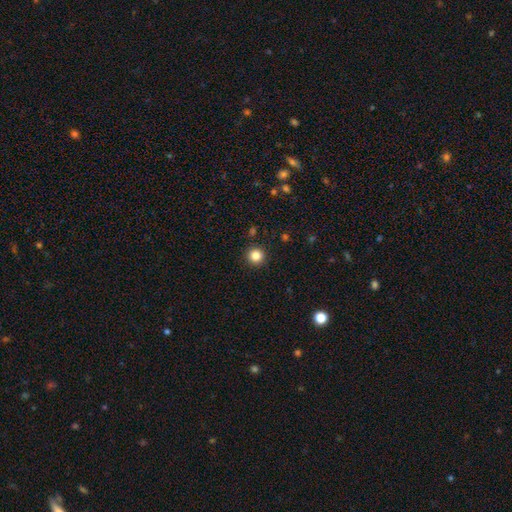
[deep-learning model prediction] Morphology: type=smooth (84%); roundness=round (95%); merging=none (92%).